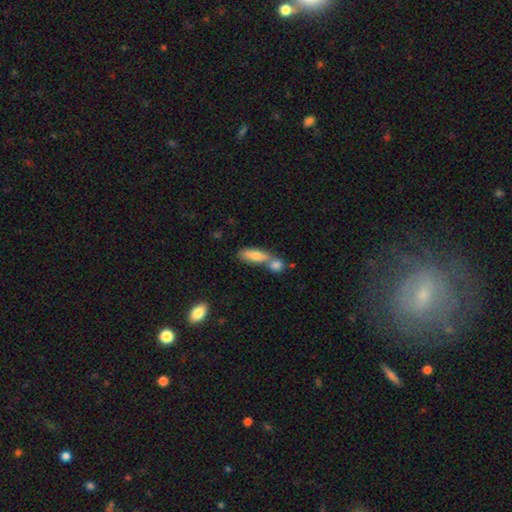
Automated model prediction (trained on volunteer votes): Smooth or featured: smooth — 74% (featured or disk — 19%)
How rounded: in between — 65% (cigar-shaped — 31%)
Merging: merger — 58% (none — 29%)